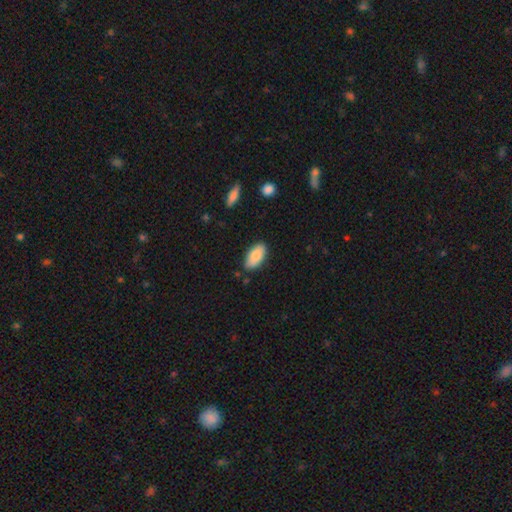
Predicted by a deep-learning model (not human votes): The model was most divided on "merging": none: 81%, minor disturbance: 15%, major disturbance: 2%, merger: 2%. More confident: how rounded — in between (92%); smooth or featured — smooth (85%).